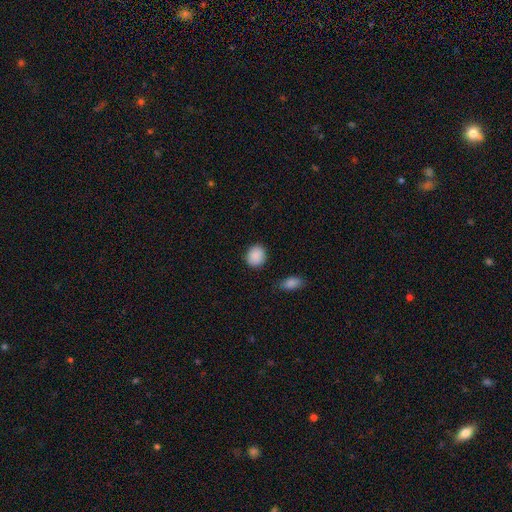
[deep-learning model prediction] Q: Smooth or featured?
A: smooth (89%); runner-up: star or artifact (7%)
Q: How rounded?
A: round (74%); runner-up: in between (25%)
Q: Merging?
A: none (85%); runner-up: minor disturbance (11%)